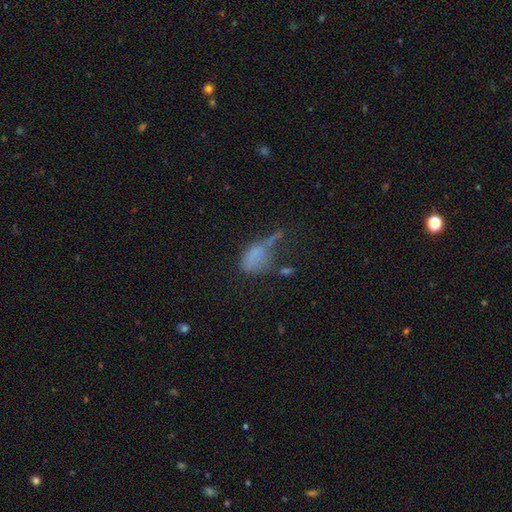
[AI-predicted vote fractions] smooth 59%, featured or disk 23%, star or artifact 18%. Down the decision tree: how rounded — in between (82%); merging — major disturbance (44%).